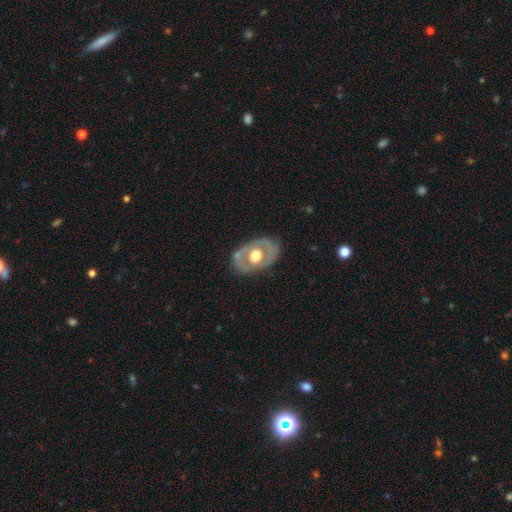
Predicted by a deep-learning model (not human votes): featured or disk 62%, smooth 33%, star or artifact 5%. Down the decision tree: edge-on disk — no (91%); bar — no (84%); spiral arms — no (79%); bulge size — moderate (48%); merging — none (72%).